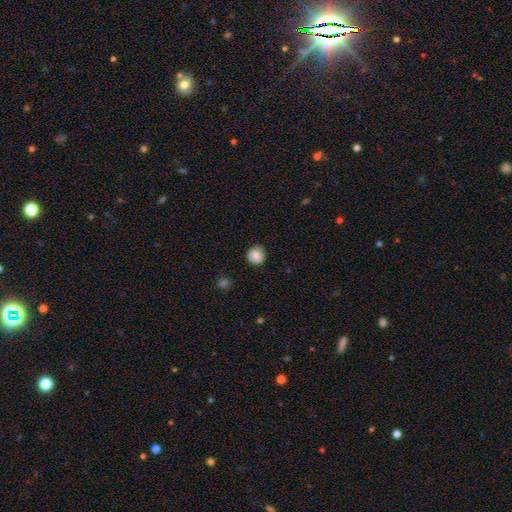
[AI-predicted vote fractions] smooth_or_featured: smooth (p=0.85) [alt: star or artifact p=0.09]
how_rounded: round (p=0.90) [alt: in between p=0.09]
merging: none (p=0.88) [alt: minor disturbance p=0.09]